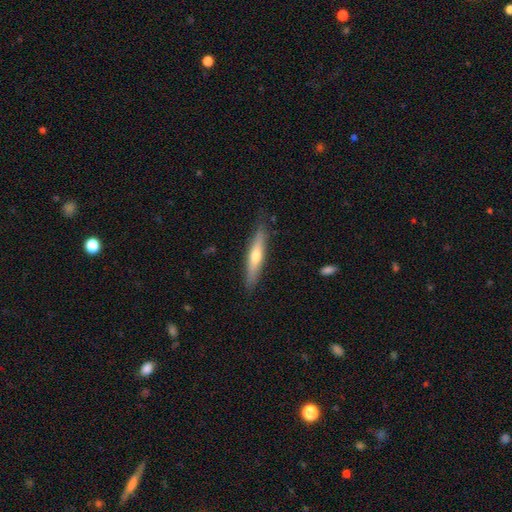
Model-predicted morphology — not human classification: Q: Smooth or featured?
A: smooth (51%); runner-up: featured or disk (43%)
Q: How rounded?
A: cigar-shaped (85%); runner-up: in between (14%)
Q: Merging?
A: none (85%); runner-up: minor disturbance (11%)